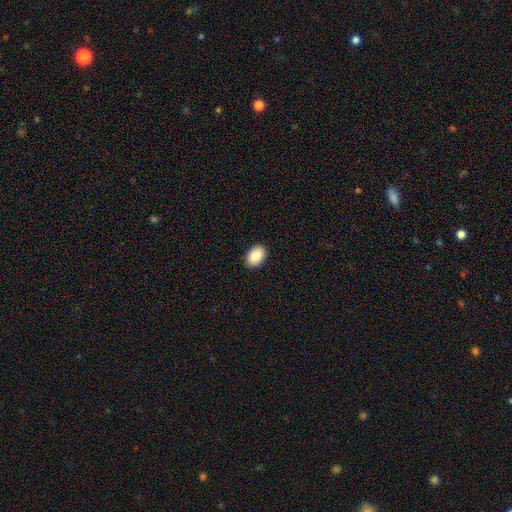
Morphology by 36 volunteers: Smooth or featured? 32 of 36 (89%) said smooth. How rounded? 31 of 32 (97%) said in between. Merging? 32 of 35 (91%) said none.